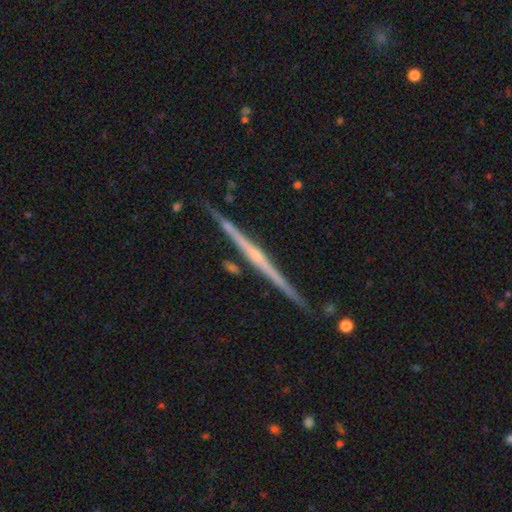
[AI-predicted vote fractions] A featured or disk galaxy (83%) viewed edge-on (98%) with a rounded central bulge (46%, tied with none).

Vote fractions:
- Smooth or featured? featured or disk: 83% / smooth: 12% / star or artifact: 6%
- Edge-on disk? yes: 98% / no: 2%
- Edge-on bulge? rounded: 46% (tied) / none: 46% (tied) / boxy: 8%
- Merging? none: 89% / minor disturbance: 8% / merger: 2% / major disturbance: 1%